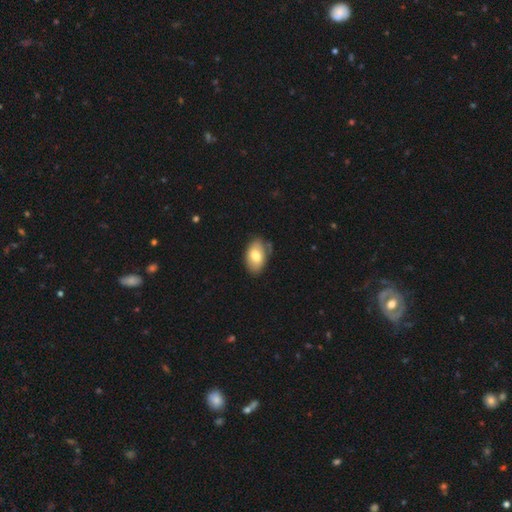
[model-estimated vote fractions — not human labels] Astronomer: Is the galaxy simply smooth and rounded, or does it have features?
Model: smooth — 75%.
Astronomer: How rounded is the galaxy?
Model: in between — 91%.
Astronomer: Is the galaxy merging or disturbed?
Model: none — 73%.